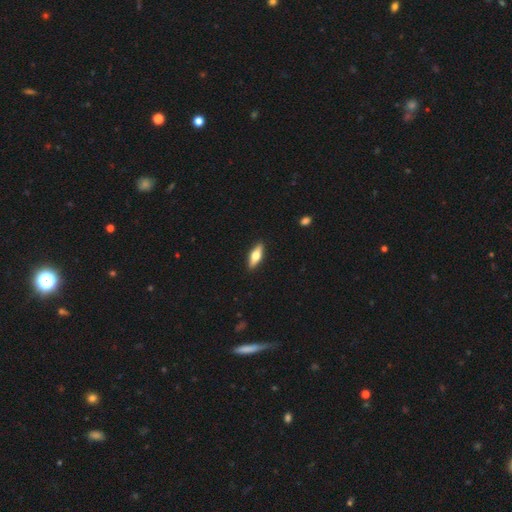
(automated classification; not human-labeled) Overall: smooth (54%; featured or disk 40%). How rounded: in between (56%; cigar-shaped 41%). Merging: none (91%).